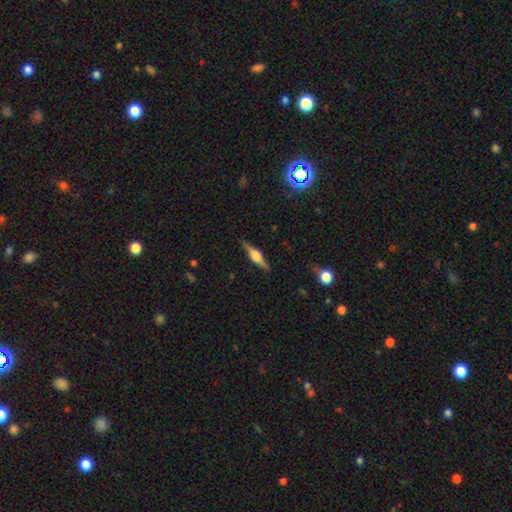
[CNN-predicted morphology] This appears to be a featured or disk galaxy (77%) viewed edge-on (98%) with a rounded central bulge (90%). Merging: none (89%).